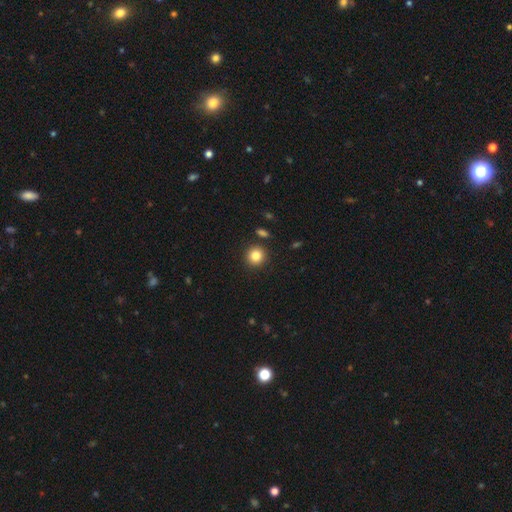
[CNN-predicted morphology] Overall: smooth (84%). How rounded: round (93%). Merging: none (89%).